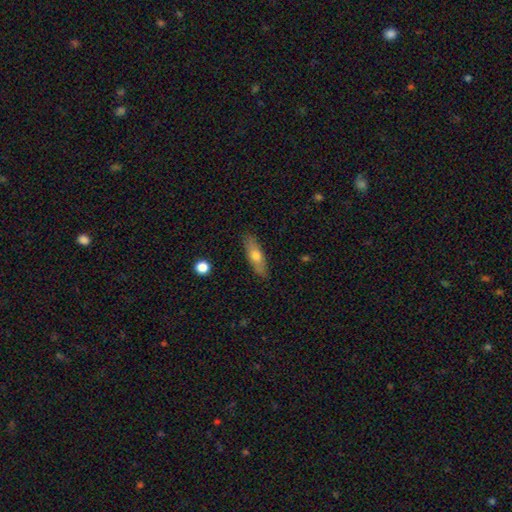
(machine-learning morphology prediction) smooth_or_featured: smooth (p=0.63) [alt: featured or disk p=0.30]
how_rounded: in between (p=0.51) [alt: cigar-shaped p=0.46]
merging: none (p=0.85) [alt: minor disturbance p=0.11]